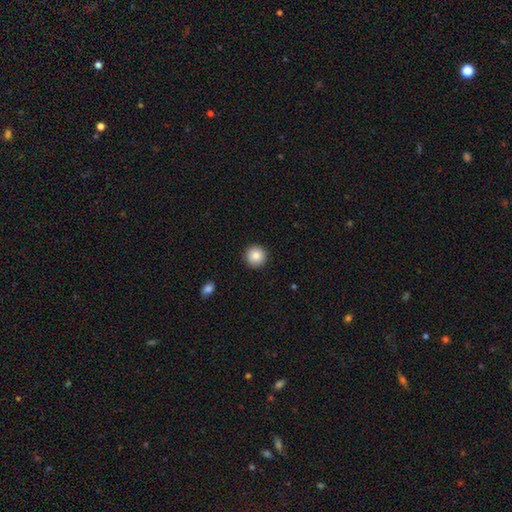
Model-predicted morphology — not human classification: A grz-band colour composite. It shows a smooth galaxy with no disk features (85%) that is round (95%). Merging: none (93%).